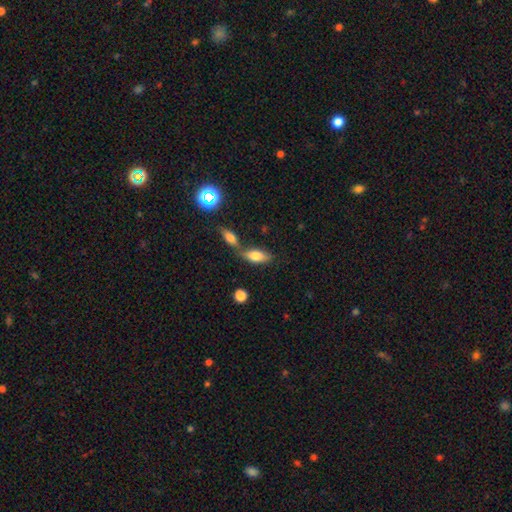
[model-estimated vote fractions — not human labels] Smooth or featured? smooth (73%)
How rounded? in between (81%)
Merging? none (46%)